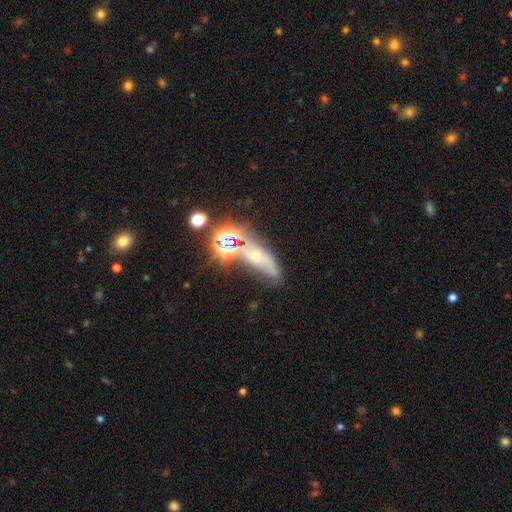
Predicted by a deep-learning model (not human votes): smooth_or_featured: featured or disk (p=0.37) [alt: star or artifact p=0.36]
merging: none (p=0.42) [alt: minor disturbance p=0.21]